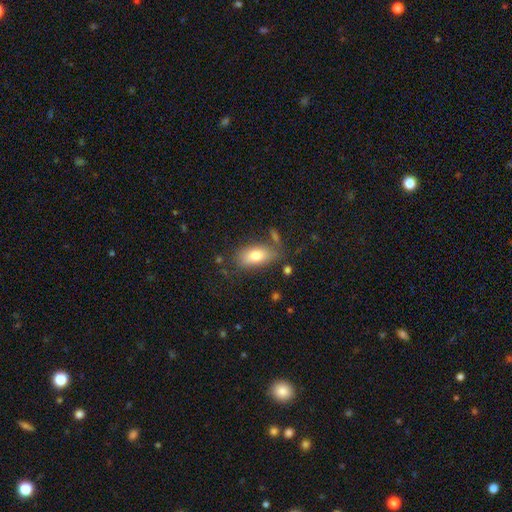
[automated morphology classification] This is likely a smooth galaxy (77%). How rounded: clearly in between (89%). Merging: likely none (70%).